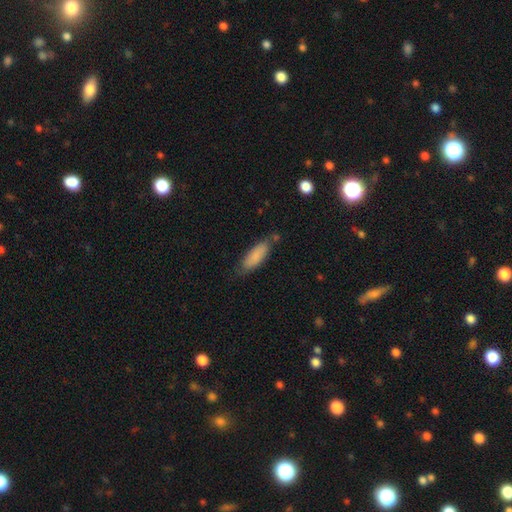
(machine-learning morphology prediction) Overall: smooth (84%). How rounded: in between (60%; cigar-shaped 39%). Merging: none (69%).